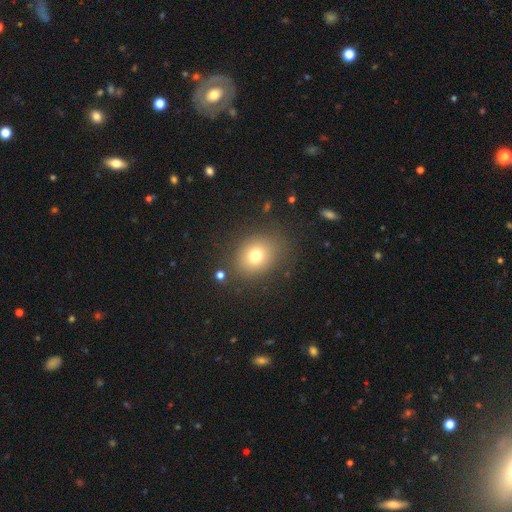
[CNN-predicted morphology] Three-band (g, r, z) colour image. It shows a smooth galaxy with no disk features (74%) that is round (59%). Merging: none (82%).